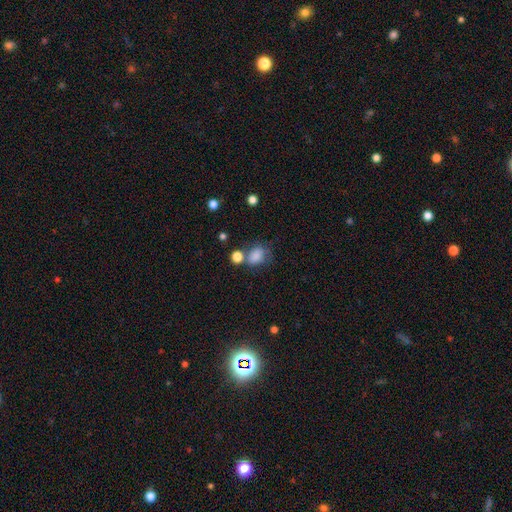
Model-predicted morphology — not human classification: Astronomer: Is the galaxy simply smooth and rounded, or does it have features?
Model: smooth — 80%.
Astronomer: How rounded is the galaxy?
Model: in between — 64%.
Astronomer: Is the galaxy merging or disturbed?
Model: none — 45% (runner-up: minor disturbance, 22%).